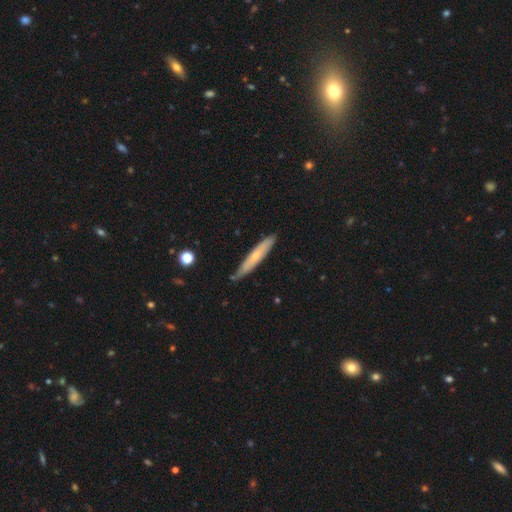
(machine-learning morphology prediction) A smooth galaxy with no disk features (53%) that is cigar-shaped (93%).

Vote fractions:
- Smooth or featured? smooth: 53% / featured or disk: 41% / star or artifact: 6%
- How rounded? cigar-shaped: 93% / in between: 6% / round: 1%
- Merging? none: 82% / minor disturbance: 15% / major disturbance: 2% / merger: 2%